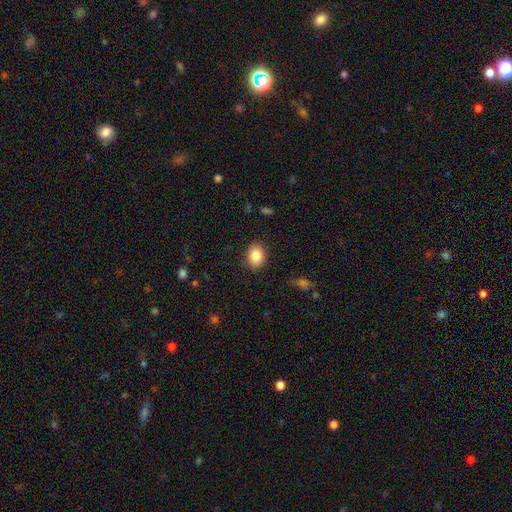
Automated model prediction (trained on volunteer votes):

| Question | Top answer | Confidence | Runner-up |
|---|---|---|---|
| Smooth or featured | smooth | 85% | star or artifact (8%) |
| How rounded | in between | 64% | round (35%) |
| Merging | none | 87% | minor disturbance (9%) |